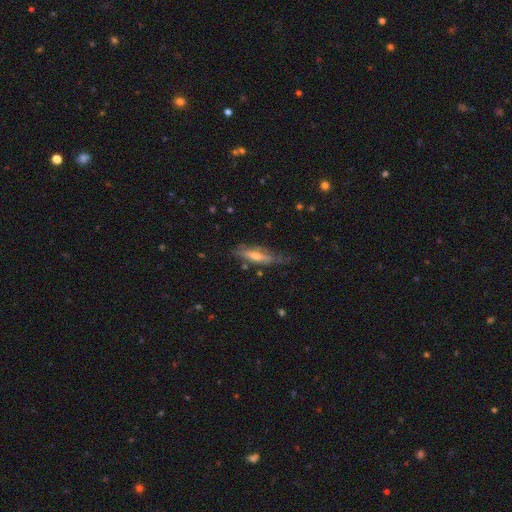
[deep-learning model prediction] Q: Smooth or featured?
A: featured or disk (55%); runner-up: smooth (38%)
Q: Edge-on disk?
A: yes (74%); runner-up: no (26%)
Q: Merging?
A: none (62%); runner-up: minor disturbance (26%)